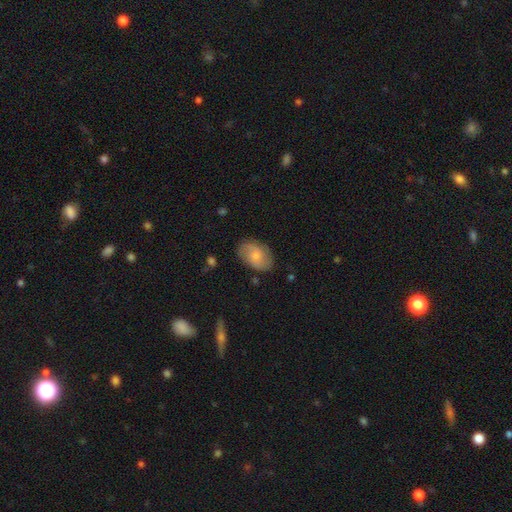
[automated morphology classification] This appears to be a smooth galaxy with no disk features (54%) that is in between round and cigar-shaped (85%). Merging: none (78%).